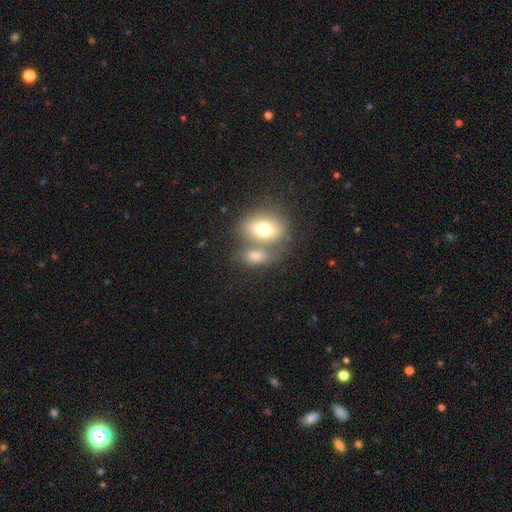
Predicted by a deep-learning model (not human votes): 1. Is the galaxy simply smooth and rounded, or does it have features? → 74% smooth, 16% featured or disk, 9% star or artifact.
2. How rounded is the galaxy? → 75% in between, 22% round, 3% cigar-shaped.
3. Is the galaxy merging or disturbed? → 52% merger, 33% none, 10% minor disturbance, 6% major disturbance.